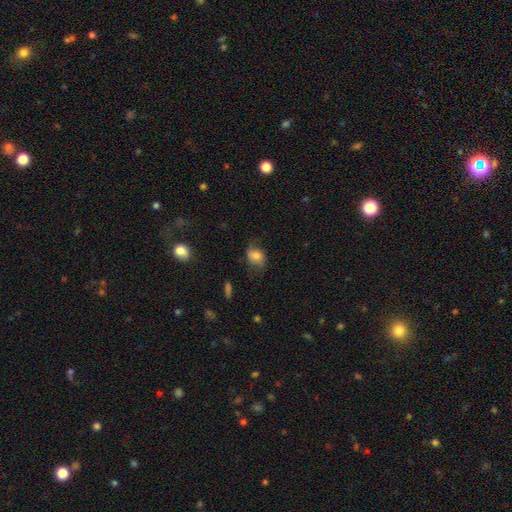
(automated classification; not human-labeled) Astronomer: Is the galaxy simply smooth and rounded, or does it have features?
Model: smooth — 62%.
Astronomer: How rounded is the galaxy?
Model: in between — 60% (runner-up: round, 38%).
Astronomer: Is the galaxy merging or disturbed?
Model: none — 61%.